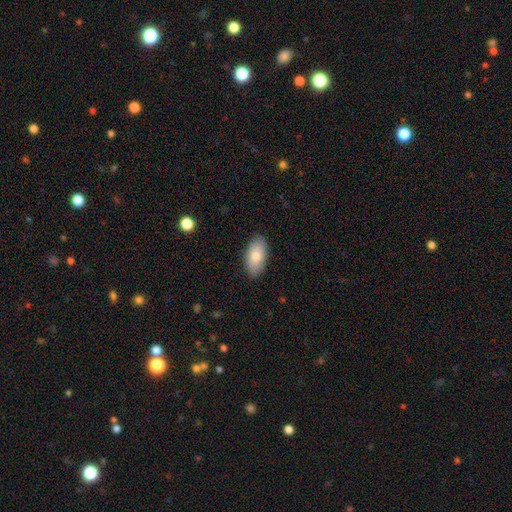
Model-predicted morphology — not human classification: Smooth or featured: smooth — 80% (featured or disk — 14%)
How rounded: in between — 94% (cigar-shaped — 3%)
Merging: none — 87% (minor disturbance — 10%)